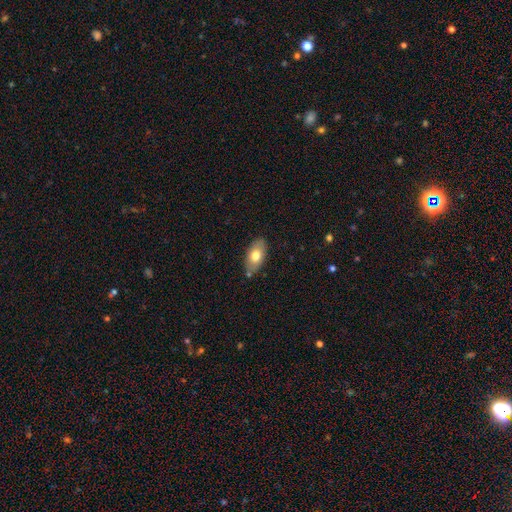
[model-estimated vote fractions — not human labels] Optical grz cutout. It shows a smooth galaxy with no disk features (72%) that is in between round and cigar-shaped (92%). Merging: none (80%).